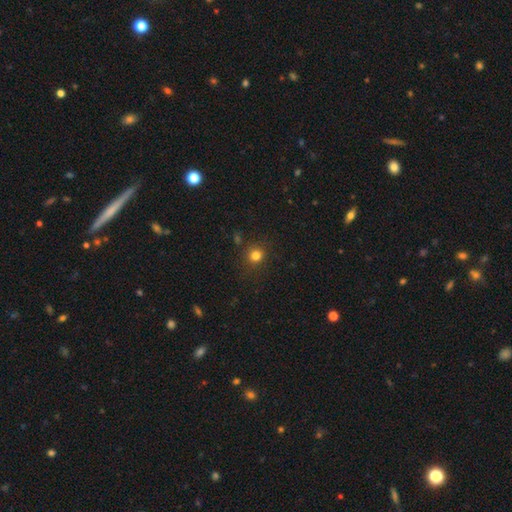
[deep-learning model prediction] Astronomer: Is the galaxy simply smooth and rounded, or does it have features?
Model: smooth — 80%.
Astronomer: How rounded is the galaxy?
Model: round — 90%.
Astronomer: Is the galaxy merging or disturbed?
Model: none — 86%.